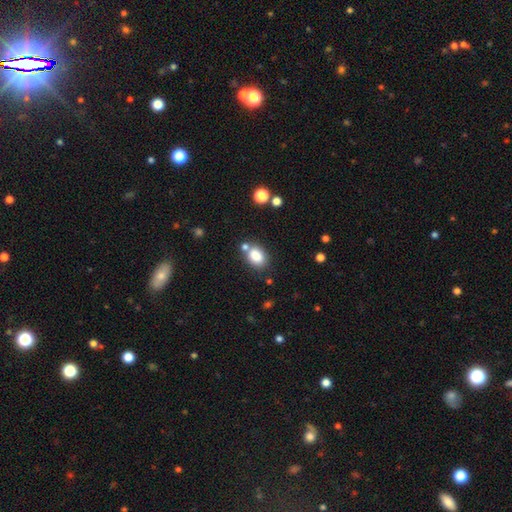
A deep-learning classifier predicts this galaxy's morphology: The model was most divided on "how rounded": in between: 73%, round: 26%, cigar-shaped: 1%. More confident: smooth or featured — smooth (84%); merging — none (66%).